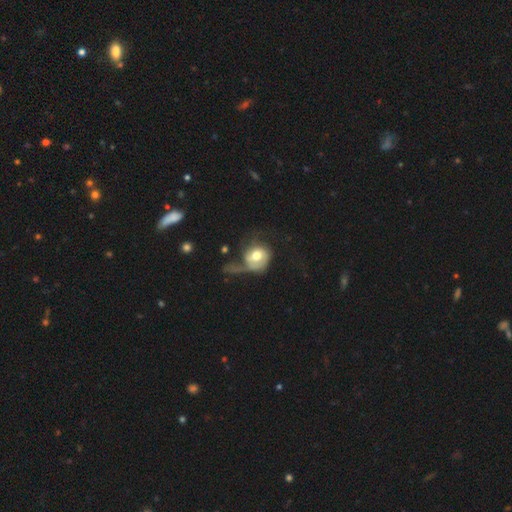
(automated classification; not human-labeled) Smooth or featured? featured or disk (48%)
Merging? major disturbance (52%)